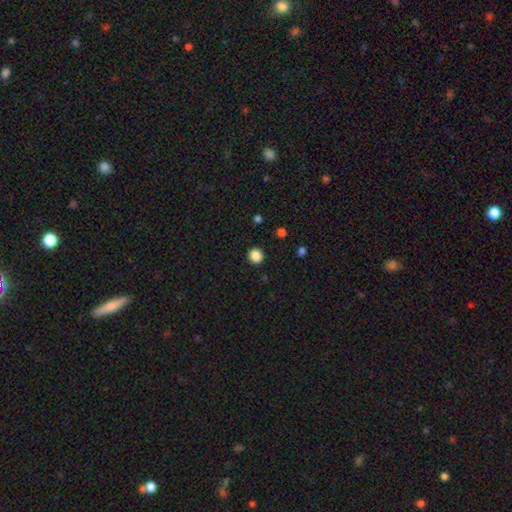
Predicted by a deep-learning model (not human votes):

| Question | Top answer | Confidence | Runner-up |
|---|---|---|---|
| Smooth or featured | smooth | 87% | star or artifact (10%) |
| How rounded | round | 92% | in between (7%) |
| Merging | none | 92% | minor disturbance (5%) |